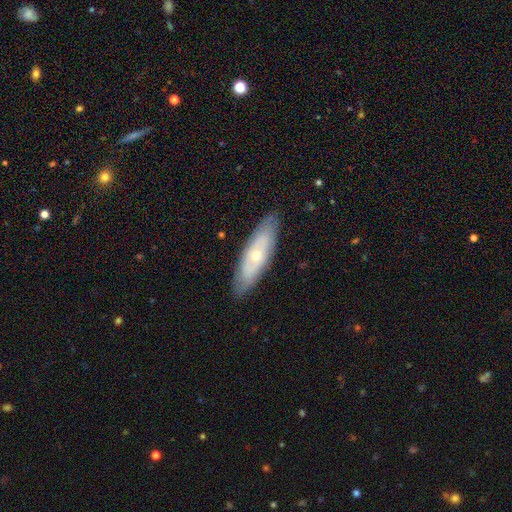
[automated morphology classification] smooth-or-featured: featured or disk: 58% | smooth: 36% | star or artifact: 6%
  disk-edge-on: no: 69% | yes: 31%
  merging: none: 86% | minor disturbance: 11% | major disturbance: 2% | merger: 1%